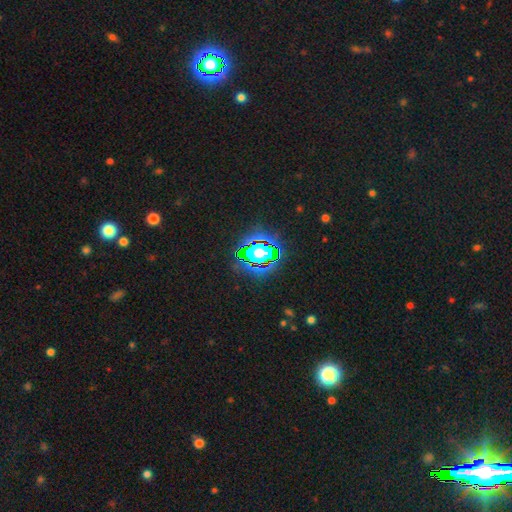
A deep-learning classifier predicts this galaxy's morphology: The model was most divided on "smooth or featured": star or artifact: 64%, smooth: 23%, featured or disk: 13%.